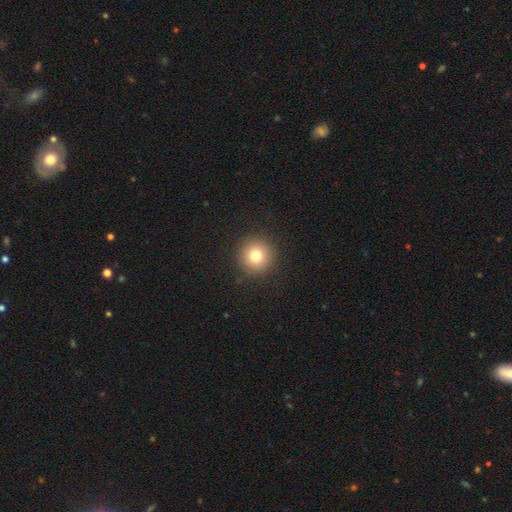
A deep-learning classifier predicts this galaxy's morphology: smooth_or_featured: smooth (p=0.79) [alt: star or artifact p=0.12]
how_rounded: round (p=0.95) [alt: in between p=0.04]
merging: none (p=0.91) [alt: minor disturbance p=0.06]